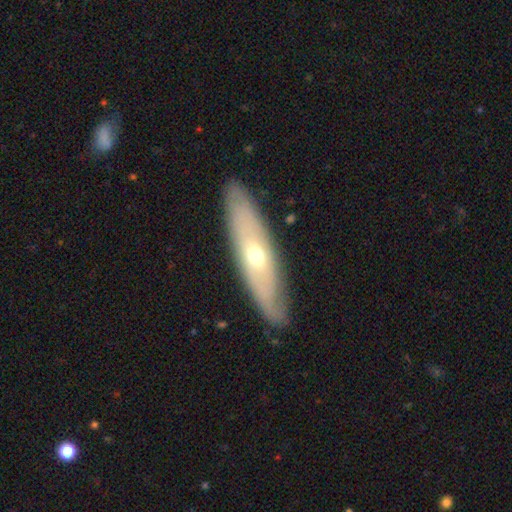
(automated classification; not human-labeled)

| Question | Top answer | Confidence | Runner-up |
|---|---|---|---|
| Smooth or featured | featured or disk | 61% | smooth (33%) |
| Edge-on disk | no | 55% | yes (45%) |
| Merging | none | 85% | minor disturbance (11%) |